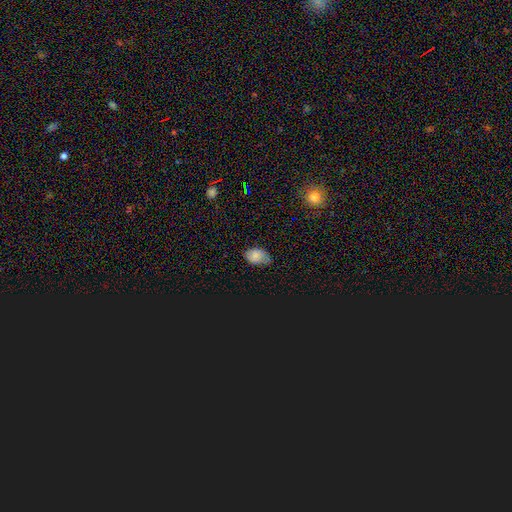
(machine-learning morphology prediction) Smooth or featured? Predicted: smooth (p=0.75). How rounded? Predicted: in between (p=0.84). Merging? Predicted: none (p=0.58).